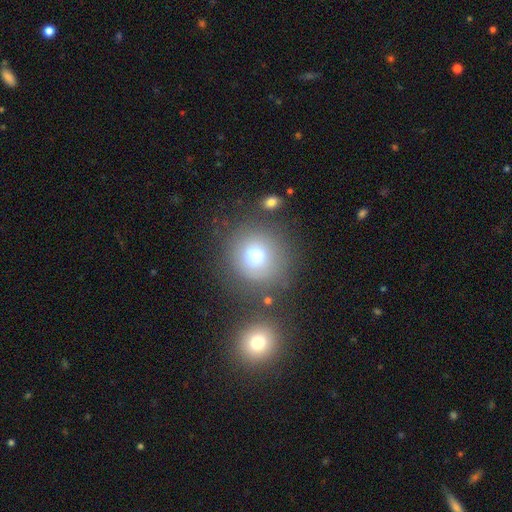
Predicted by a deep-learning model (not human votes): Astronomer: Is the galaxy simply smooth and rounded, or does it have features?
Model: smooth — 74%.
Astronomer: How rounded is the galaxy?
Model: round — 88%.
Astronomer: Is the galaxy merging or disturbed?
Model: none — 71%.